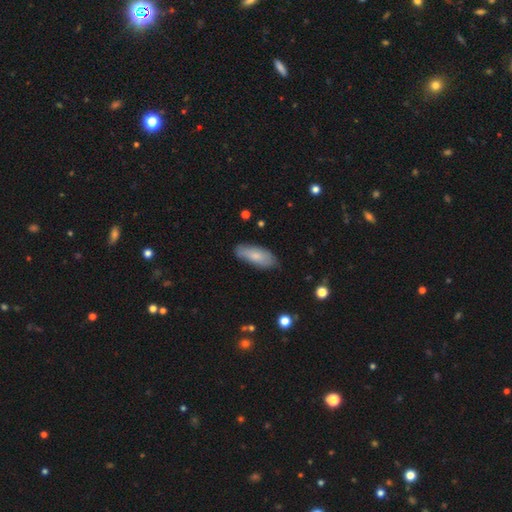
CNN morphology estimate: smooth_or_featured: smooth (p=0.76) [alt: featured or disk p=0.18]
how_rounded: in between (p=0.75) [alt: cigar-shaped p=0.23]
merging: none (p=0.76) [alt: minor disturbance p=0.19]